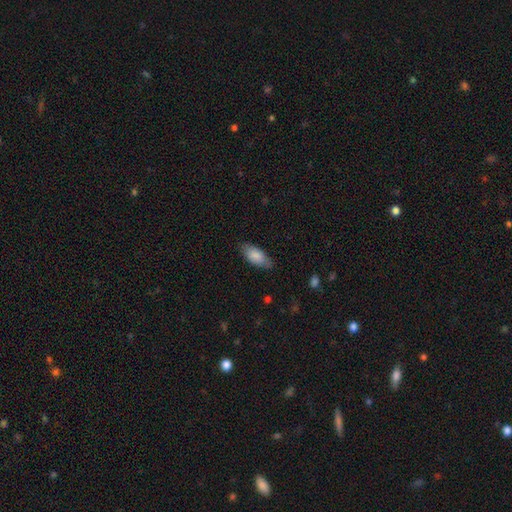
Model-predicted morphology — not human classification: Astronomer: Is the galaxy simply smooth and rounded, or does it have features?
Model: smooth — 84%.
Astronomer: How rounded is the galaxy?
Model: in between — 87%.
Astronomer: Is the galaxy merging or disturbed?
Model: none — 76%.